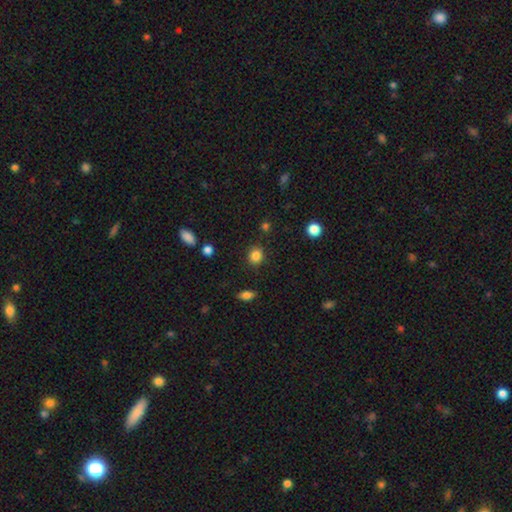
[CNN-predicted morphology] This is clearly a smooth galaxy (85%). How rounded: likely round (78%). Merging: clearly none (87%).